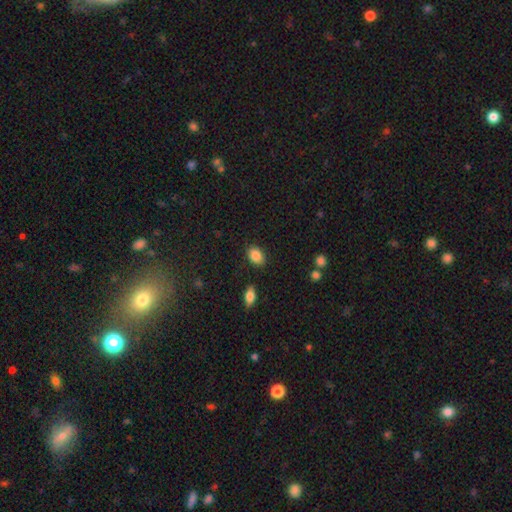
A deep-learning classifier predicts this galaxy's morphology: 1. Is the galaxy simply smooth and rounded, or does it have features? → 87% smooth, 8% star or artifact, 5% featured or disk.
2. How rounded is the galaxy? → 75% in between, 24% round, 1% cigar-shaped.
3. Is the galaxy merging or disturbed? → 85% none, 10% minor disturbance, 3% major disturbance, 2% merger.